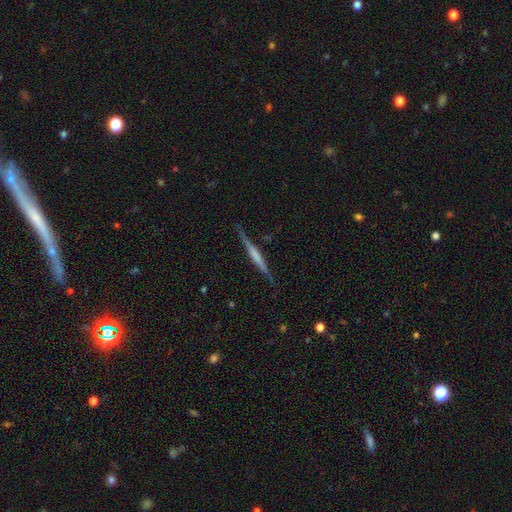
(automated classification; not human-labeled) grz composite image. It shows a featured or disk galaxy (70%) viewed edge-on (98%) with no central bulge (39%). Merging: none (87%).